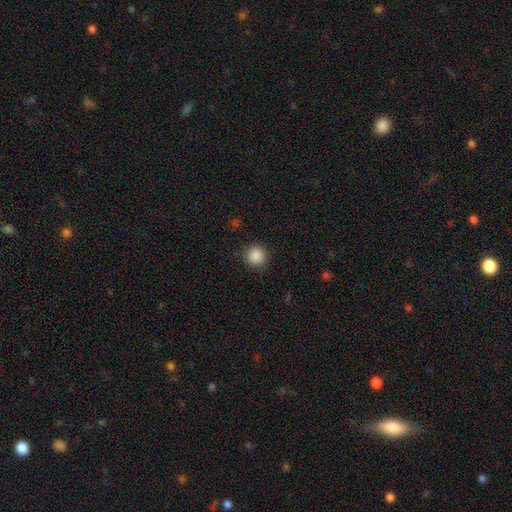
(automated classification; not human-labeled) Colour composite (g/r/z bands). It shows a smooth galaxy with no disk features (88%) that is round (93%). Merging: none (89%).